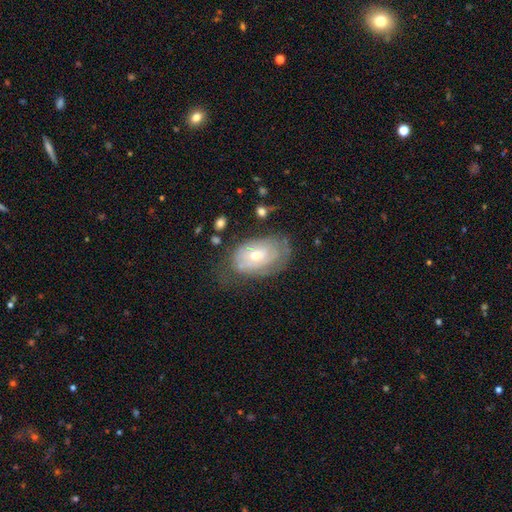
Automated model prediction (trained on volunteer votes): featured or disk 59%, smooth 33%, star or artifact 8%. Down the decision tree: edge-on disk — no (94%); bar — no (77%); spiral arms — yes (64%); bulge size — moderate (54%); merging — none (56%).